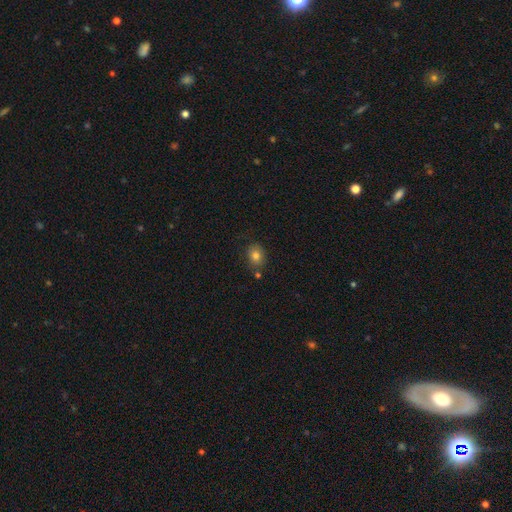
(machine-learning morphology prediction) Smooth or featured: smooth — 81% (star or artifact — 11%)
How rounded: round — 51% (in between — 48%)
Merging: none — 75% (minor disturbance — 14%)